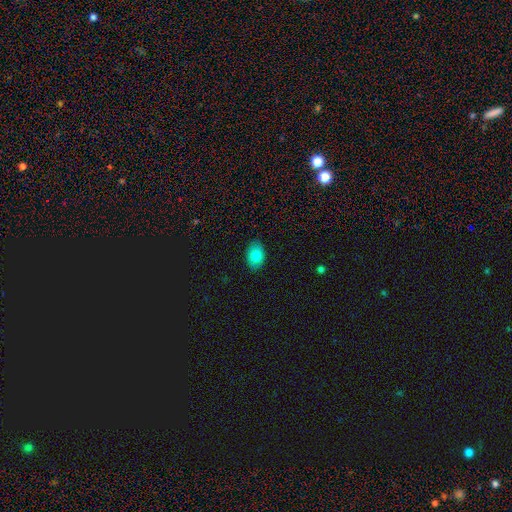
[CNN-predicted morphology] Overall: smooth (85%). How rounded: in between (87%). Merging: none (86%).